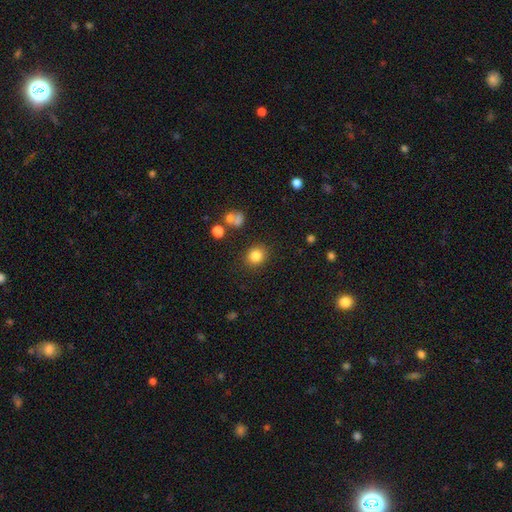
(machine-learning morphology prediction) Smooth or featured?
  - smooth: 83% *
  - star or artifact: 11%
  - featured or disk: 6%
How rounded?
  - round: 79% *
  - in between: 20%
  - cigar-shaped: 1%
Merging?
  - none: 85% *
  - minor disturbance: 9%
  - major disturbance: 3%
  - merger: 3%